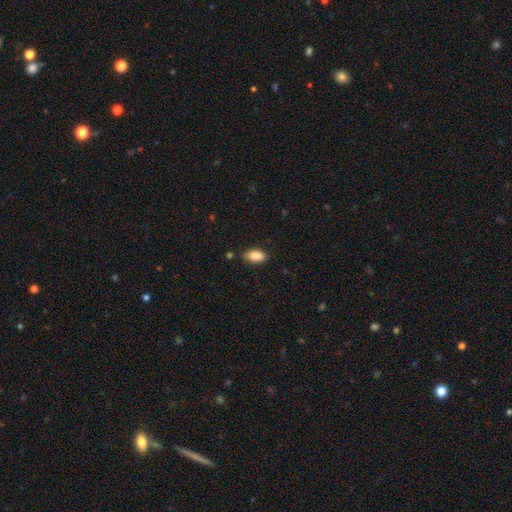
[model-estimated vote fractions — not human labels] Q: Smooth or featured?
A: smooth (89%); runner-up: star or artifact (7%)
Q: How rounded?
A: in between (92%); runner-up: cigar-shaped (4%)
Q: Merging?
A: none (80%); runner-up: minor disturbance (15%)